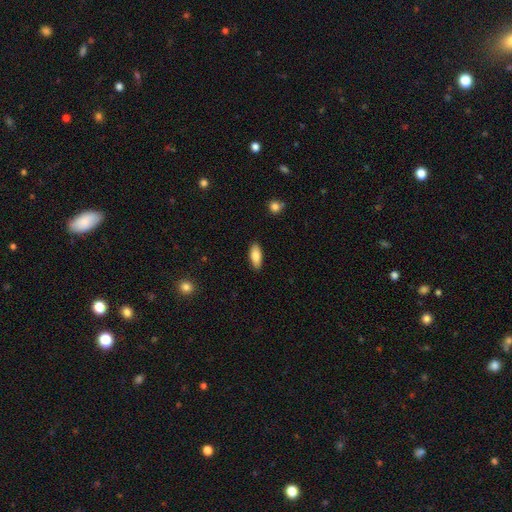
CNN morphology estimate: Overall: smooth (85%). How rounded: in between (81%). Merging: none (88%).